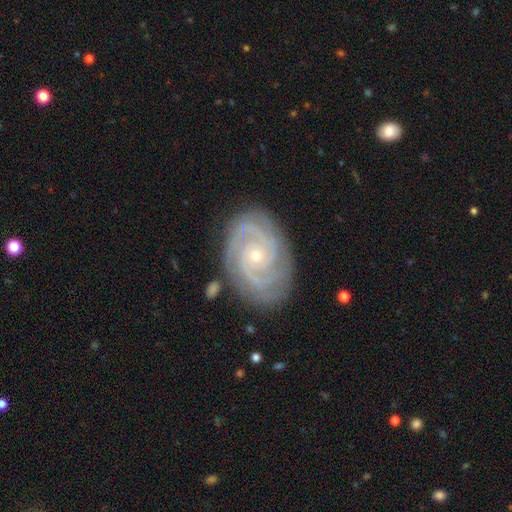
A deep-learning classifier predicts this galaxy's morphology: Q: Smooth or featured?
A: featured or disk (90%); runner-up: star or artifact (5%)
Q: Edge-on disk?
A: no (97%); runner-up: yes (3%)
Q: Bar?
A: no (73%); runner-up: weak (21%)
Q: Spiral arms?
A: yes (98%); runner-up: no (2%)
Q: Spiral winding?
A: tight (71%); runner-up: medium (26%)
Q: Spiral arm count?
A: 2 (35%); runner-up: 3 (34%)
Q: Bulge size?
A: small (76%); runner-up: moderate (21%)
Q: Merging?
A: none (81%); runner-up: minor disturbance (14%)